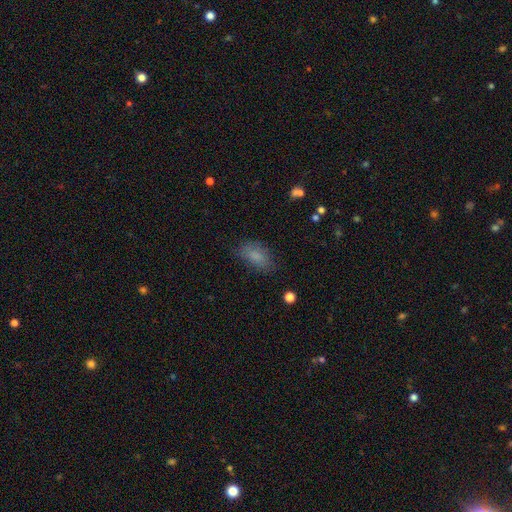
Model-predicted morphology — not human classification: Smooth or featured?
  - smooth: 82% *
  - star or artifact: 10%
  - featured or disk: 9%
How rounded?
  - in between: 90% *
  - round: 5%
  - cigar-shaped: 4%
Merging?
  - none: 71% *
  - minor disturbance: 20%
  - major disturbance: 7%
  - merger: 2%